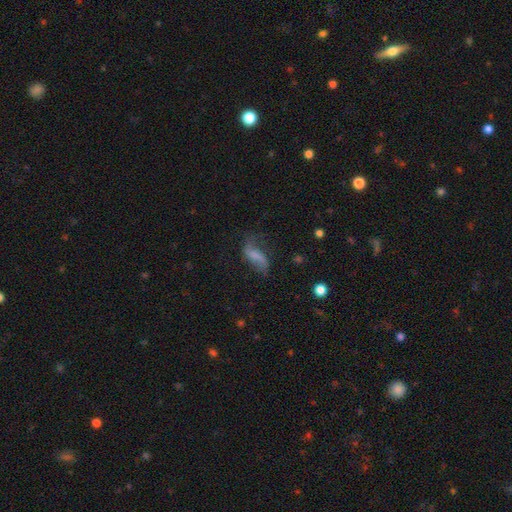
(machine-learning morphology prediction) Overall: featured or disk (53%; smooth 36%). Edge-on disk: no (91%). Merging: none (50%; minor disturbance 24%).